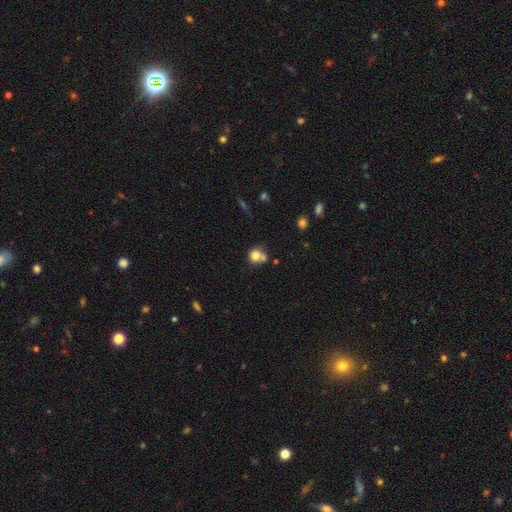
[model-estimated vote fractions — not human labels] Q: Smooth or featured?
A: smooth (75%); runner-up: featured or disk (14%)
Q: How rounded?
A: round (84%); runner-up: in between (15%)
Q: Merging?
A: none (45%); runner-up: merger (40%)